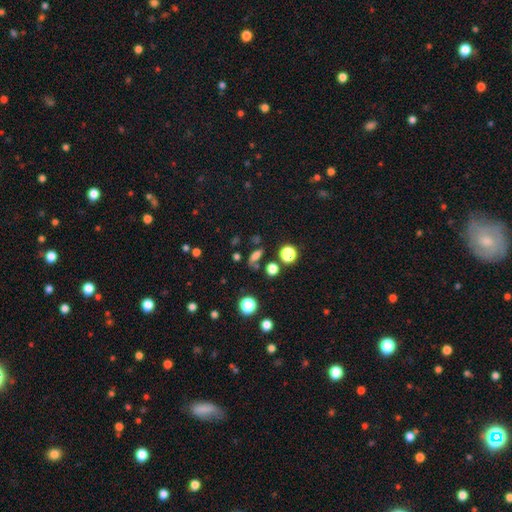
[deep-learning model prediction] Q: Smooth or featured?
A: smooth (64%); runner-up: star or artifact (24%)
Q: How rounded?
A: in between (55%); runner-up: round (24%)
Q: Merging?
A: none (68%); runner-up: minor disturbance (15%)